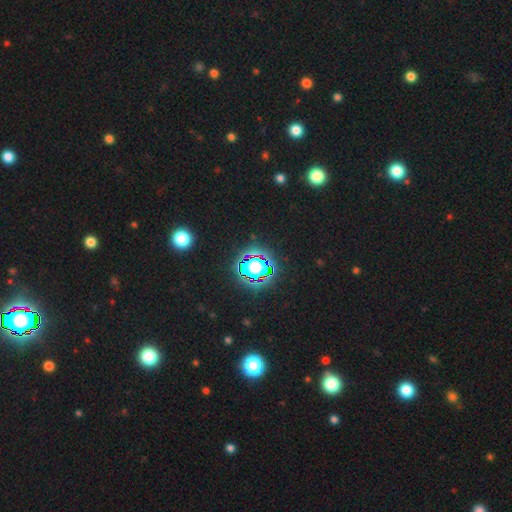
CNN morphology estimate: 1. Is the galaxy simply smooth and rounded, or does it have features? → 82% star or artifact, 12% smooth, 7% featured or disk.